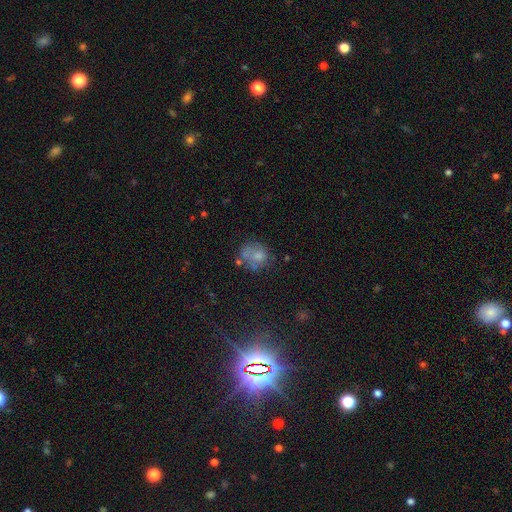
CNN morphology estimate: A smooth galaxy with no disk features (62%) that is round (67%). Merging: none (45%).